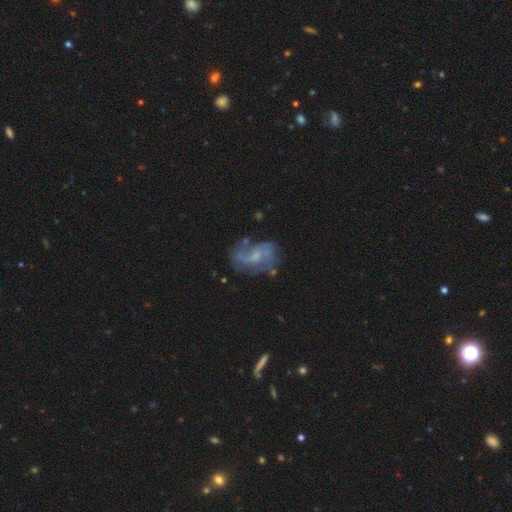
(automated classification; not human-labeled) smooth_or_featured: featured or disk (p=0.76) [alt: smooth p=0.15]
disk_edge_on: no (p=0.97) [alt: yes p=0.03]
bar: no (p=0.50) [alt: weak p=0.42]
has_spiral_arms: yes (p=0.81) [alt: no p=0.19]
spiral_winding: loose (p=0.55) [alt: medium p=0.34]
spiral_arm_count: 2 (p=0.56) [alt: can't tell p=0.21]
bulge_size: small (p=0.52) [alt: moderate p=0.29]
merging: none (p=0.54) [alt: minor disturbance p=0.21]